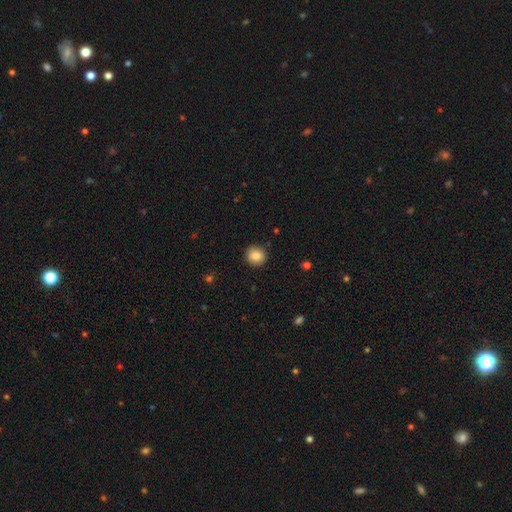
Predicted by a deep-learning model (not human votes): The model was most divided on "smooth or featured": smooth: 85%, star or artifact: 9%, featured or disk: 6%. More confident: merging — none (91%); how rounded — round (90%).